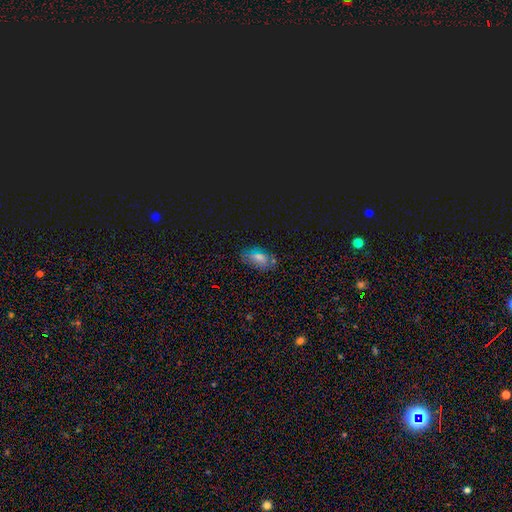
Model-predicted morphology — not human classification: A smooth galaxy with no disk features (54%) that is in between round and cigar-shaped (82%).

Vote fractions:
- Smooth or featured? smooth: 54% / star or artifact: 29% / featured or disk: 17%
- How rounded? in between: 82% / round: 9% / cigar-shaped: 8%
- Merging? none: 70% / minor disturbance: 19% / major disturbance: 7% / merger: 4%